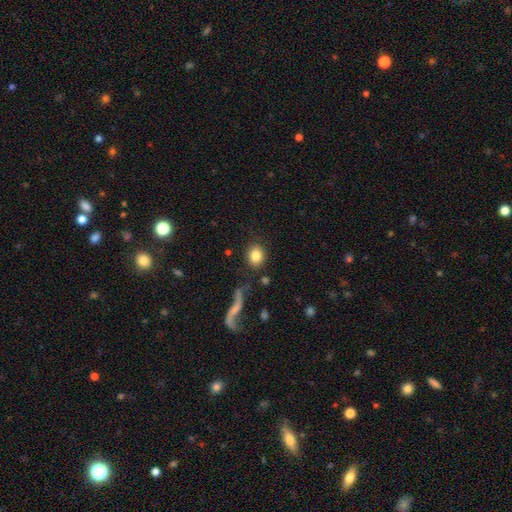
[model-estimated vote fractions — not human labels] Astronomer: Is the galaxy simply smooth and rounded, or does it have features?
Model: smooth — 83%.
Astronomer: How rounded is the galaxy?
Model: round — 65%.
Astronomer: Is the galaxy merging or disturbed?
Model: none — 81%.